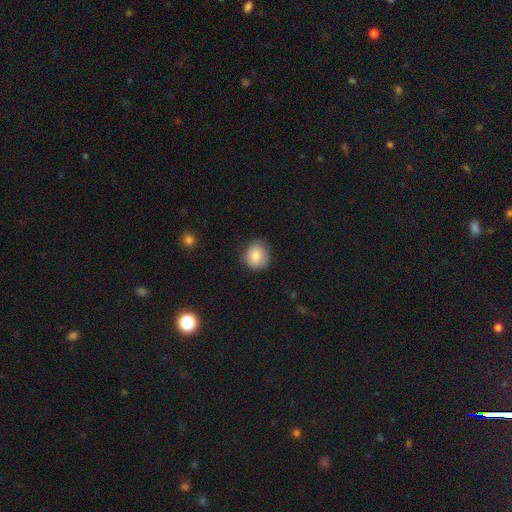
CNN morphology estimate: Smooth or featured?
  - smooth: 82% *
  - featured or disk: 9%
  - star or artifact: 8%
How rounded?
  - round: 80% *
  - in between: 19%
  - cigar-shaped: 1%
Merging?
  - none: 74% *
  - minor disturbance: 20%
  - major disturbance: 4%
  - merger: 1%